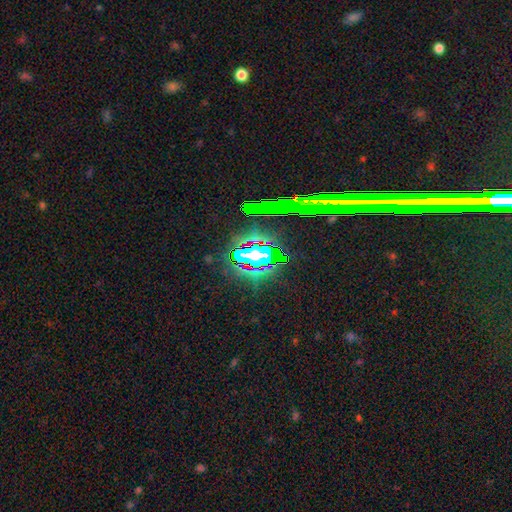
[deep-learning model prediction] Morphology: type=star or artifact (74%).